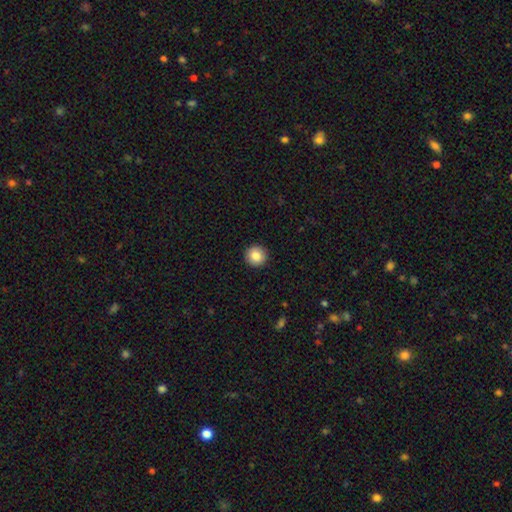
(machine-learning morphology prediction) Overall: smooth (87%). How rounded: round (95%). Merging: none (93%).